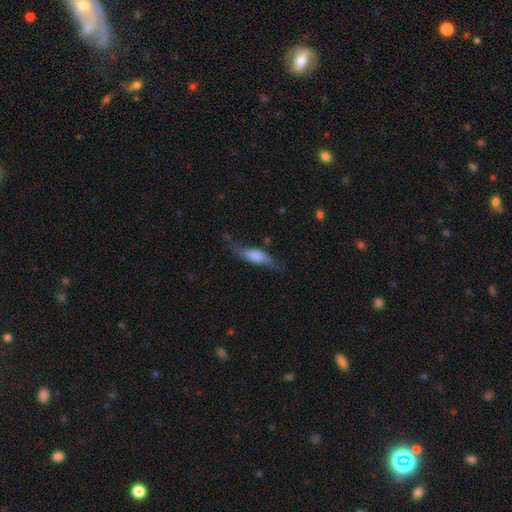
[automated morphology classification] Overall: smooth (62%; featured or disk 31%). How rounded: in between (51%; cigar-shaped 47%). Merging: none (53%; minor disturbance 30%).